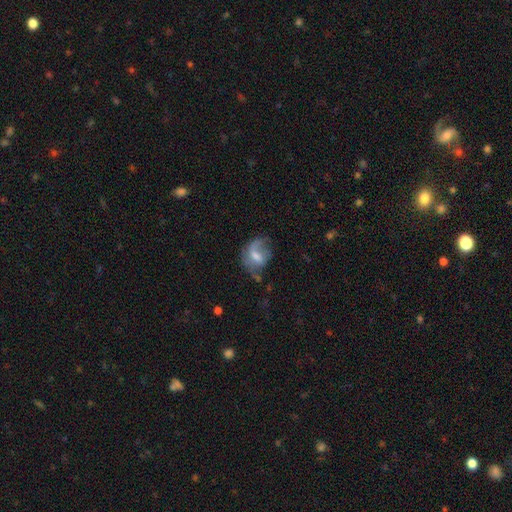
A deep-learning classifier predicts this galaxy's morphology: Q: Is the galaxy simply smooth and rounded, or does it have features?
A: featured or disk — 51%.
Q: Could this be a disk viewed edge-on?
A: no — 95%.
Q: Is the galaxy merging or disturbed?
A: none — 41%.